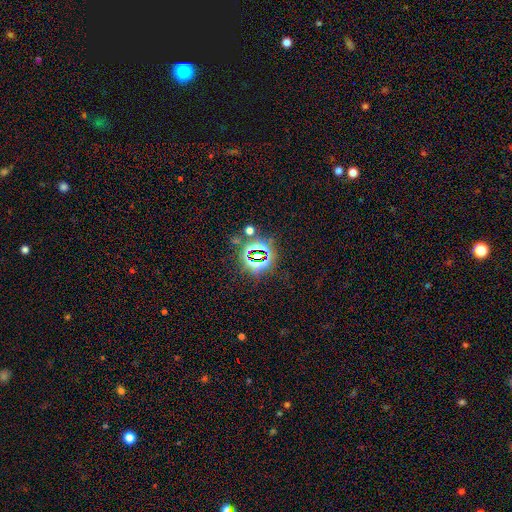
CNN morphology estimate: The model was most divided on "smooth or featured": star or artifact: 76%, smooth: 15%, featured or disk: 8%.